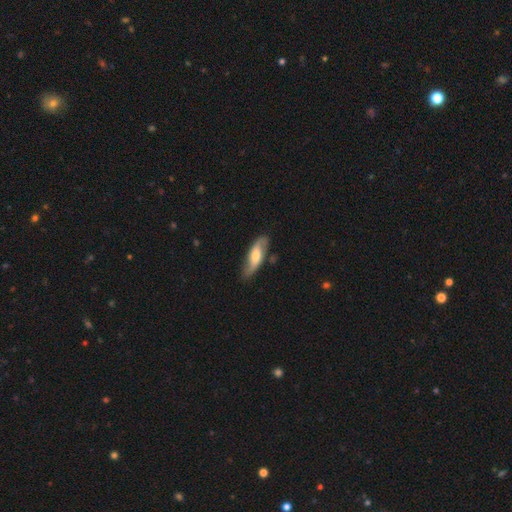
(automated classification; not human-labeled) Morphology: type=featured or disk (58%); edge-on=no (76%); merging=none (73%).